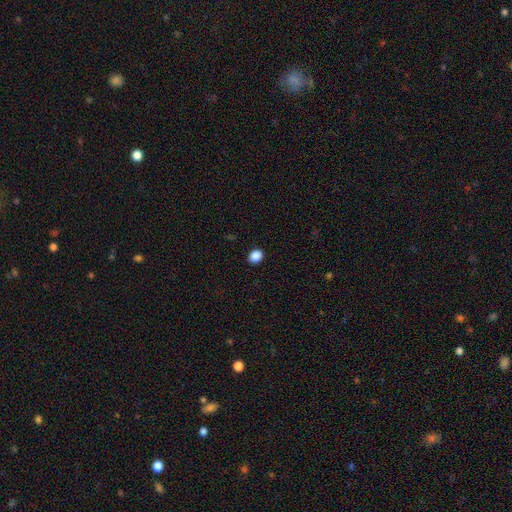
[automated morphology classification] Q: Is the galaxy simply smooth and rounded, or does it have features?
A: smooth — 88%.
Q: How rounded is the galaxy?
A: round — 55%.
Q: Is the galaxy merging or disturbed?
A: none — 91%.